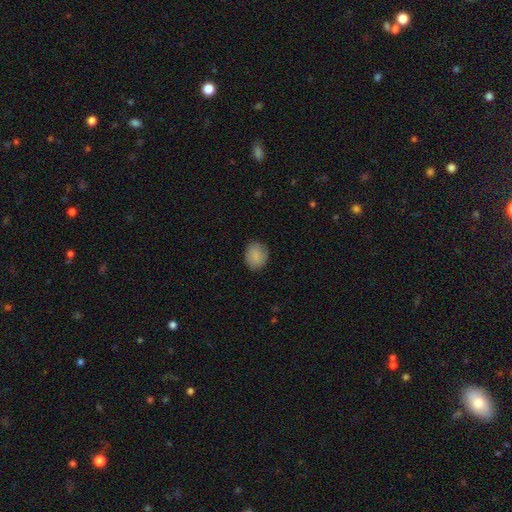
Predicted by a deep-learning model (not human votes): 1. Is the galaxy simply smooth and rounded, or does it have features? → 87% smooth, 7% star or artifact, 5% featured or disk.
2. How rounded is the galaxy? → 57% round, 42% in between, 1% cigar-shaped.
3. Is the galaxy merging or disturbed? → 82% none, 14% minor disturbance, 3% major disturbance, 1% merger.